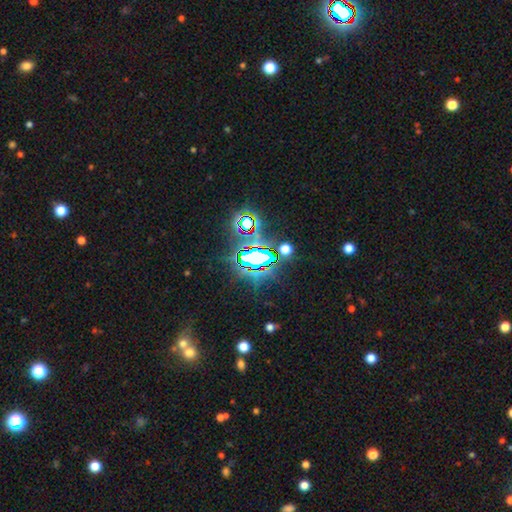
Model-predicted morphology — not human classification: Smooth or featured?
  - star or artifact: 76% *
  - smooth: 13%
  - featured or disk: 11%